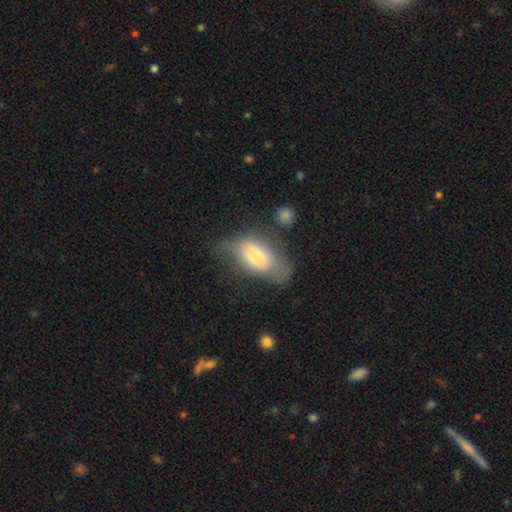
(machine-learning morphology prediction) smooth-or-featured: smooth: 65% | featured or disk: 28% | star or artifact: 8%
  how-rounded: in between: 89% | cigar-shaped: 7% | round: 4%
  merging: none: 36% | minor disturbance: 34% | major disturbance: 25% | merger: 5%